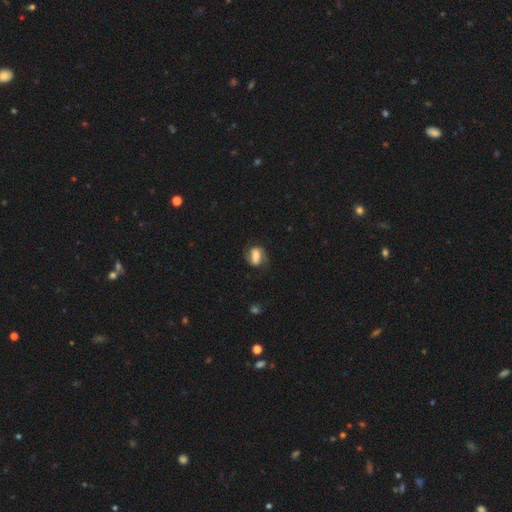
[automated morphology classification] This appears to be a featured or disk galaxy (48%). Merging: none (65%).